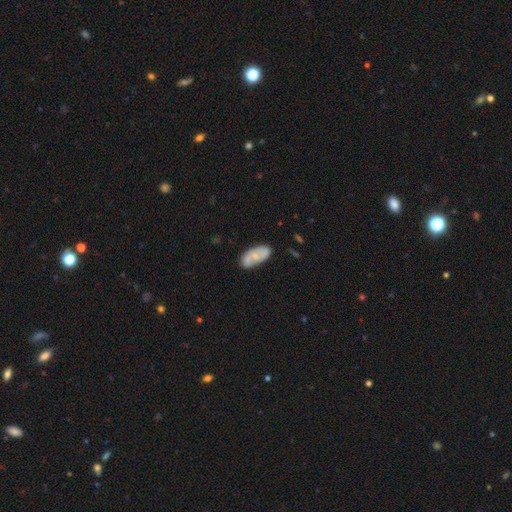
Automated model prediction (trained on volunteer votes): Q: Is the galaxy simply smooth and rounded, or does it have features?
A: smooth — 49%.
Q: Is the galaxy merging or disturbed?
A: none — 66%.